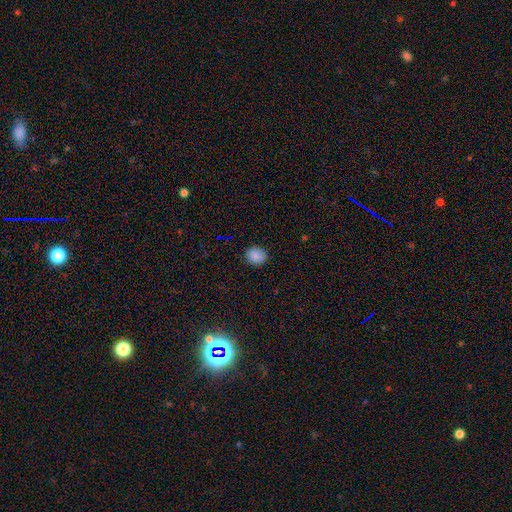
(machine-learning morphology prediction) Smooth or featured?
  - smooth: 86% *
  - star or artifact: 10%
  - featured or disk: 4%
How rounded?
  - round: 71% *
  - in between: 28%
  - cigar-shaped: 1%
Merging?
  - none: 87% *
  - minor disturbance: 10%
  - major disturbance: 2%
  - merger: 1%